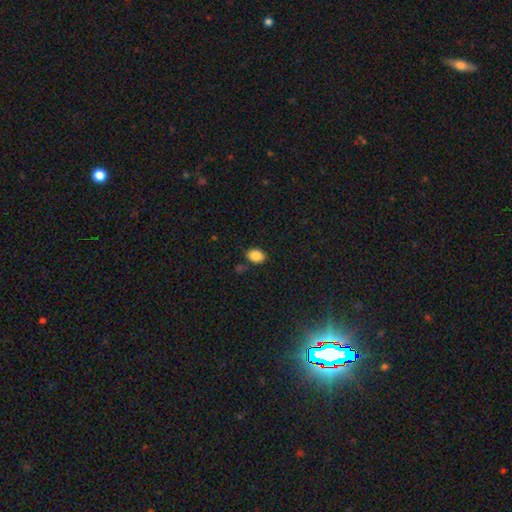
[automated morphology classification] This is clearly a smooth galaxy (87%). How rounded: likely in between (79%). Merging: clearly none (82%).